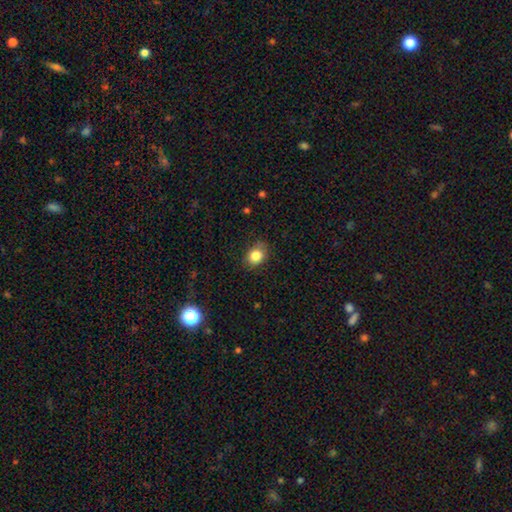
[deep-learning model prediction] Q: Smooth or featured?
A: smooth (84%); runner-up: star or artifact (10%)
Q: How rounded?
A: in between (53%); runner-up: round (46%)
Q: Merging?
A: none (78%); runner-up: minor disturbance (17%)